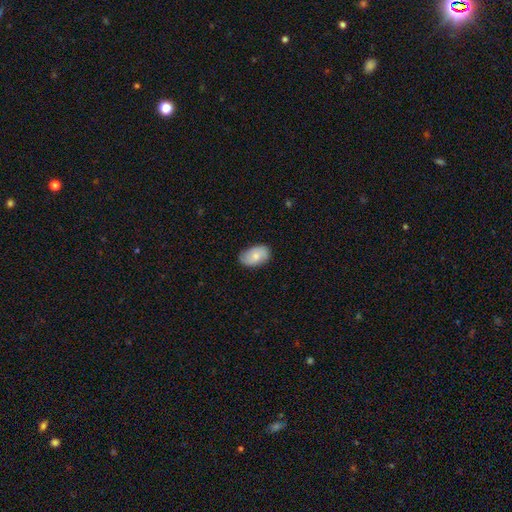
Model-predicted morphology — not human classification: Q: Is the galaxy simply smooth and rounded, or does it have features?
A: smooth — 71%.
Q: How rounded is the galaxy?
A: in between — 91%.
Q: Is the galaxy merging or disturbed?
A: none — 79%.